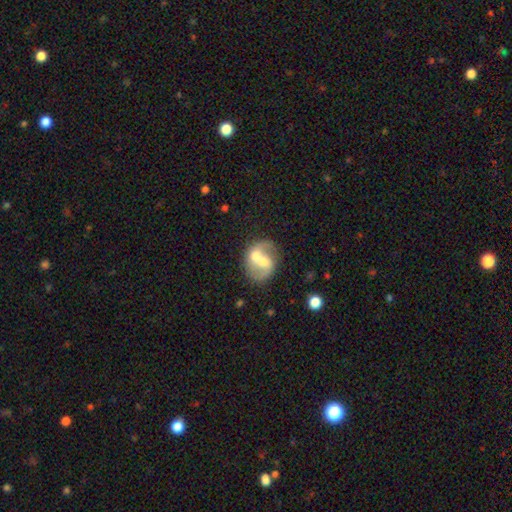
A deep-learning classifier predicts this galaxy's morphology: Q: Smooth or featured?
A: featured or disk (65%); runner-up: smooth (28%)
Q: Edge-on disk?
A: no (97%); runner-up: yes (3%)
Q: Bar?
A: no (50%); runner-up: weak (35%)
Q: Spiral arms?
A: yes (69%); runner-up: no (31%)
Q: Bulge size?
A: moderate (56%); runner-up: small (26%)
Q: Merging?
A: merger (43%); runner-up: none (36%)